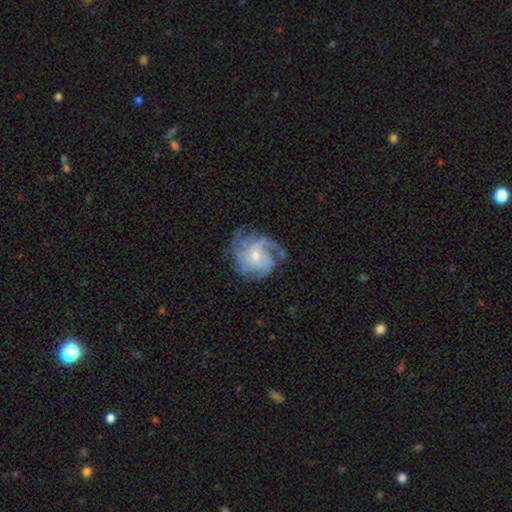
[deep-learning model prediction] Q: Smooth or featured?
A: featured or disk (86%); runner-up: smooth (8%)
Q: Edge-on disk?
A: no (98%); runner-up: yes (2%)
Q: Bar?
A: no (68%); runner-up: weak (28%)
Q: Spiral arms?
A: yes (96%); runner-up: no (4%)
Q: Spiral winding?
A: tight (48%); runner-up: medium (39%)
Q: Spiral arm count?
A: can't tell (25%); tied with: 3 (25%)
Q: Bulge size?
A: small (48%); runner-up: moderate (47%)
Q: Merging?
A: none (66%); runner-up: minor disturbance (19%)